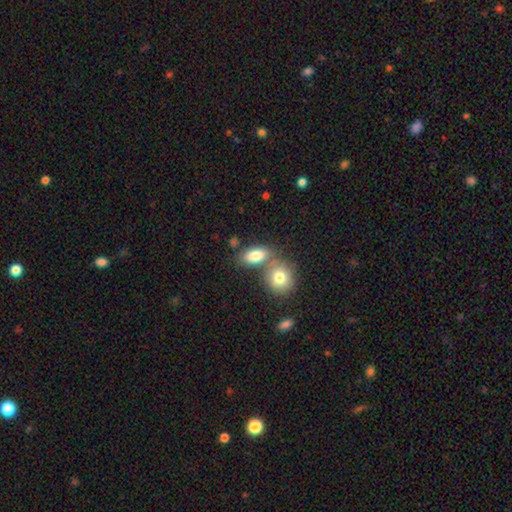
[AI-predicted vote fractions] Smooth or featured: smooth — 83% (featured or disk — 10%)
How rounded: in between — 85% (round — 11%)
Merging: none — 49% (merger — 34%)